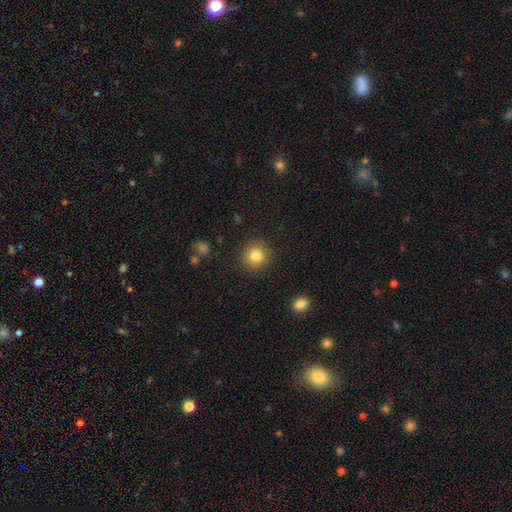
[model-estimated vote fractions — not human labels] smooth 83%, star or artifact 10%, featured or disk 7%. Down the decision tree: how rounded — round (92%); merging — none (90%).